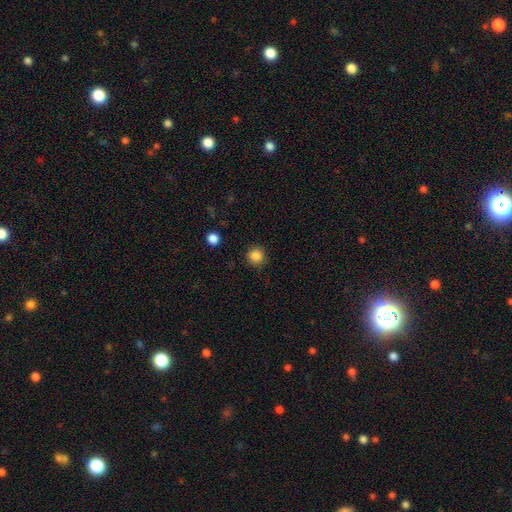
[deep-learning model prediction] Q: Smooth or featured?
A: smooth (86%); runner-up: star or artifact (11%)
Q: How rounded?
A: round (94%); runner-up: in between (5%)
Q: Merging?
A: none (89%); runner-up: minor disturbance (7%)